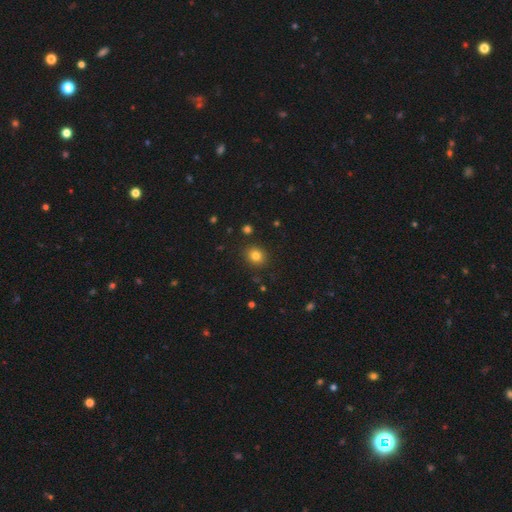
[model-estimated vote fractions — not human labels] Morphology: type=smooth (81%); roundness=round (68%); merging=none (88%).